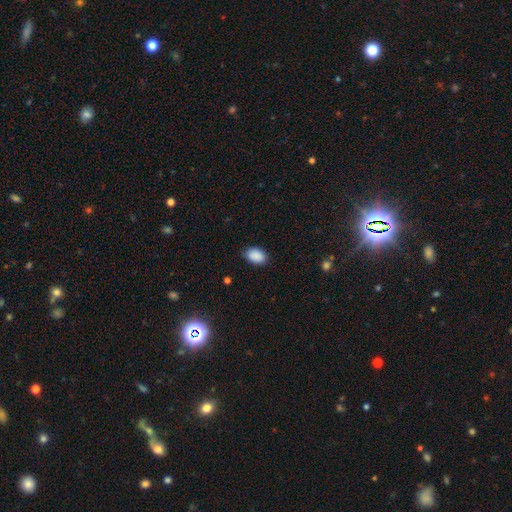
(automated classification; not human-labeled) Q: Smooth or featured?
A: smooth (90%); runner-up: star or artifact (7%)
Q: How rounded?
A: in between (89%); runner-up: round (10%)
Q: Merging?
A: none (86%); runner-up: minor disturbance (11%)